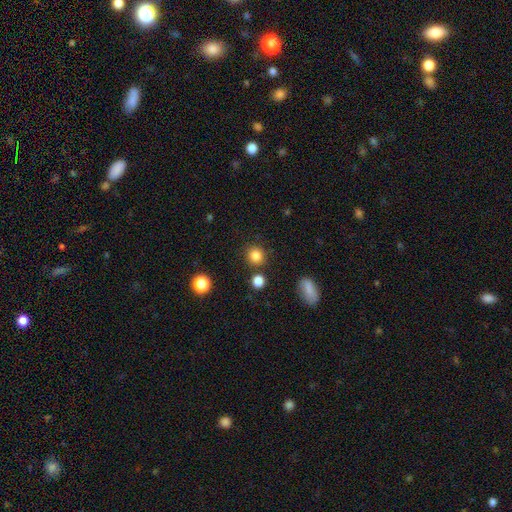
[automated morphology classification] smooth 83%, star or artifact 12%, featured or disk 5%. Down the decision tree: how rounded — round (89%); merging — none (86%).